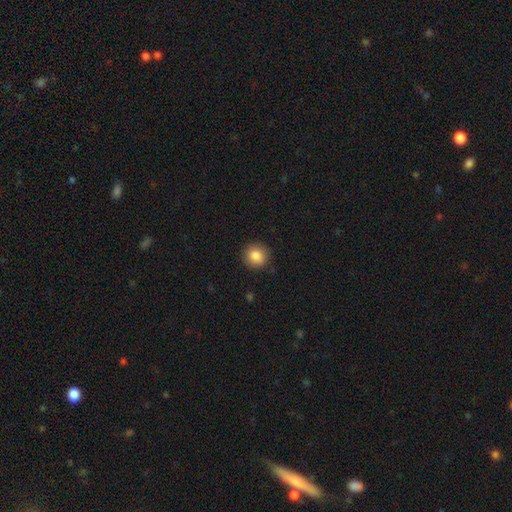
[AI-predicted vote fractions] smooth 85%, star or artifact 9%, featured or disk 5%. Down the decision tree: how rounded — round (92%); merging — none (90%).